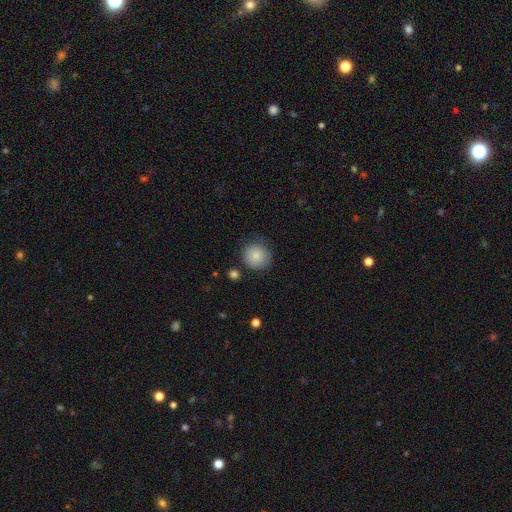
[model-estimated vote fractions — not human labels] Morphology: type=smooth (85%); roundness=round (93%); merging=none (80%).